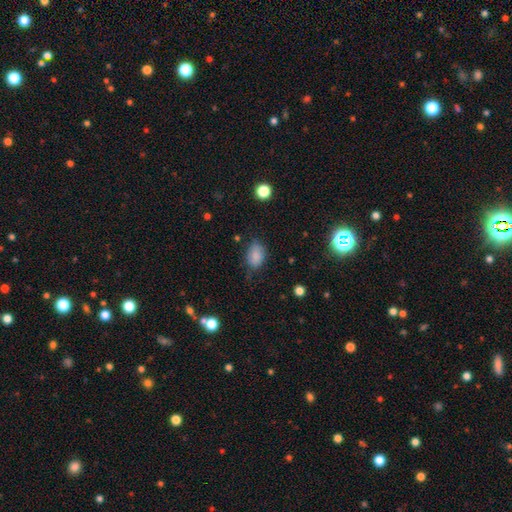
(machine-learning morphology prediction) Smooth or featured? smooth (84%)
How rounded? in between (82%)
Merging? none (64%)